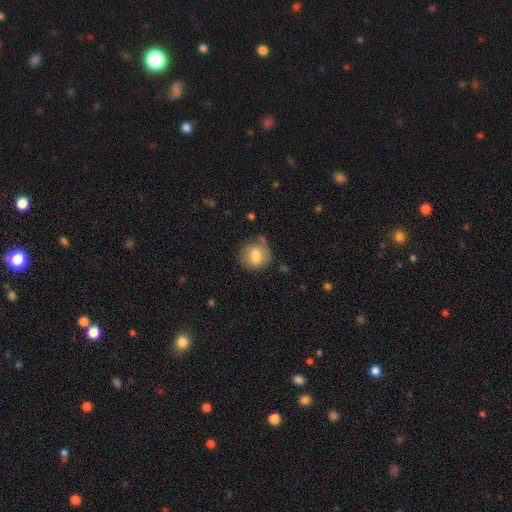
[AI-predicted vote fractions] Q: Smooth or featured?
A: smooth (78%); runner-up: featured or disk (14%)
Q: How rounded?
A: round (80%); runner-up: in between (19%)
Q: Merging?
A: none (66%); runner-up: minor disturbance (22%)